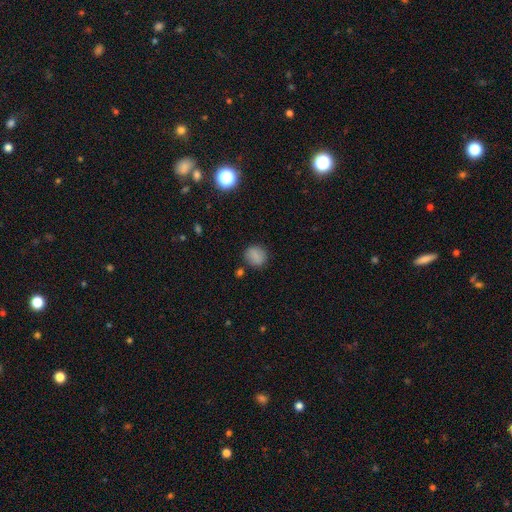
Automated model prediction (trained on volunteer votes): This appears to be a smooth galaxy with no disk features (83%) that is round (73%). Merging: none (81%).